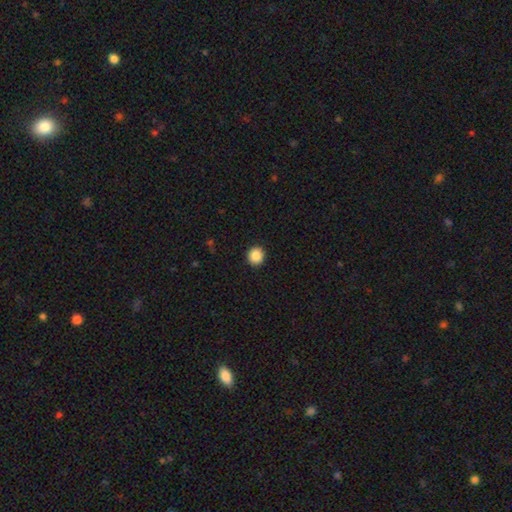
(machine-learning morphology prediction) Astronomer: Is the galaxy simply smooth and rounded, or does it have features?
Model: smooth — 87%.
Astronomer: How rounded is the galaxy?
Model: round — 92%.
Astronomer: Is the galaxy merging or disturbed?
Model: none — 92%.